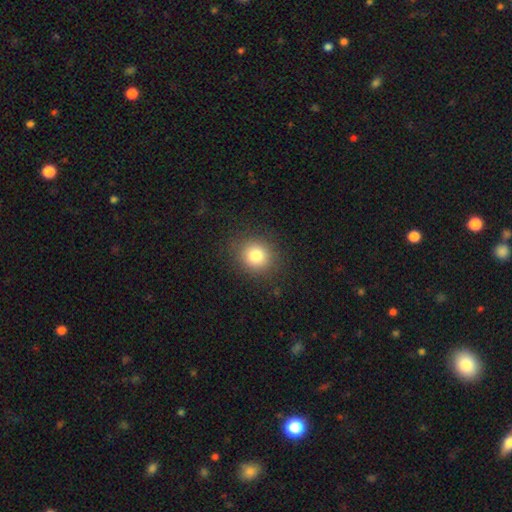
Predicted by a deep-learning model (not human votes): This appears to be a smooth galaxy with no disk features (82%) that is round (83%). Merging: none (87%).